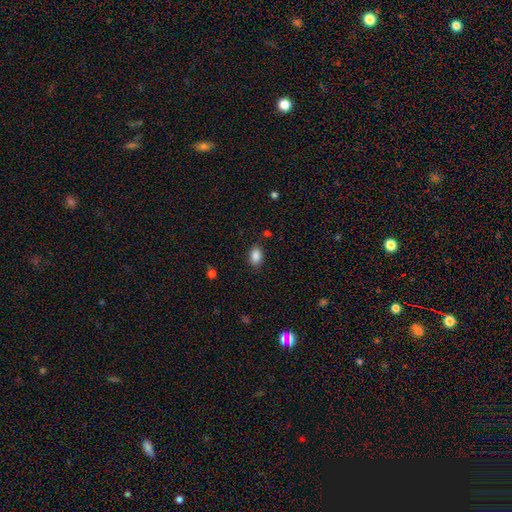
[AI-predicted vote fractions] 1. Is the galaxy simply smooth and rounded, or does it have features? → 87% smooth, 9% star or artifact, 4% featured or disk.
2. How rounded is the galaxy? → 85% in between, 14% round, 1% cigar-shaped.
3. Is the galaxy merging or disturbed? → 85% none, 11% minor disturbance, 3% major disturbance, 2% merger.